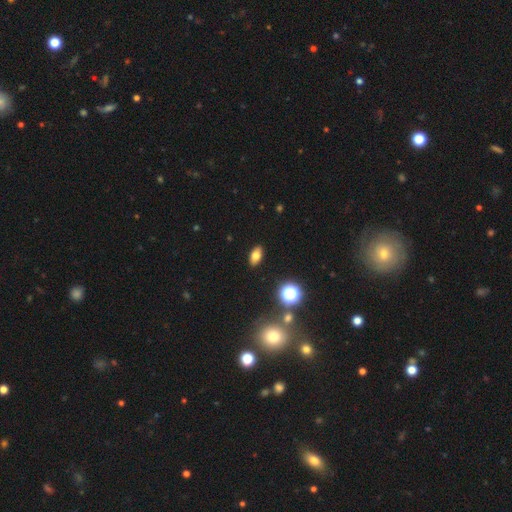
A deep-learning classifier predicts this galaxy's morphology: Smooth or featured?
  - smooth: 72% *
  - star or artifact: 14%
  - featured or disk: 13%
How rounded?
  - in between: 87% *
  - round: 7%
  - cigar-shaped: 5%
Merging?
  - none: 90% *
  - minor disturbance: 7%
  - major disturbance: 2%
  - merger: 1%